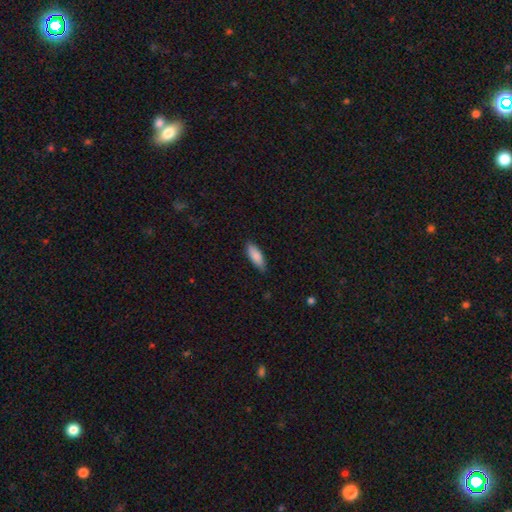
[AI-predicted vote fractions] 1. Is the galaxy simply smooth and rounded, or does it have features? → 86% smooth, 8% featured or disk, 6% star or artifact.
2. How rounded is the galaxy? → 62% in between, 36% cigar-shaped, 2% round.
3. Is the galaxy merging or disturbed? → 82% none, 14% minor disturbance, 2% major disturbance, 1% merger.